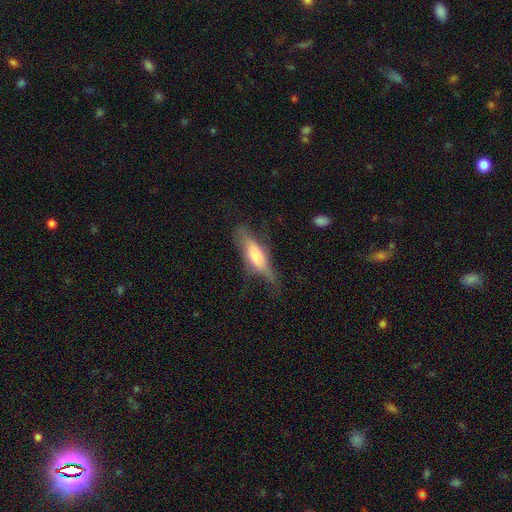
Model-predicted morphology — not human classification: A smooth galaxy with no disk features (55%) that is in between round and cigar-shaped (51%).

Vote fractions:
- Smooth or featured? smooth: 55% / featured or disk: 38% / star or artifact: 7%
- How rounded? in between: 51% / cigar-shaped: 46% / round: 3%
- Merging? none: 46% / minor disturbance: 30% / major disturbance: 21% / merger: 2%